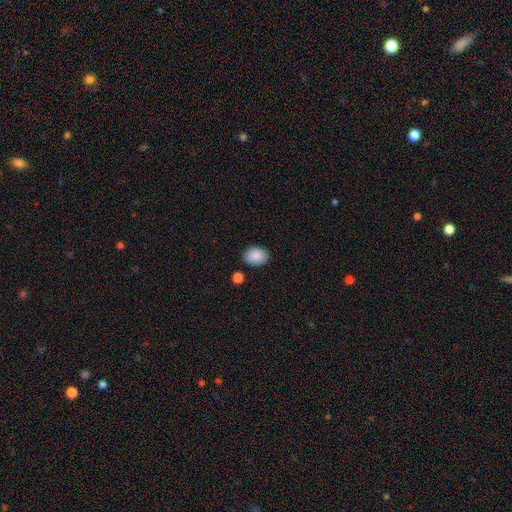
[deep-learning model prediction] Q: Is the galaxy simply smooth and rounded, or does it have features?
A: smooth — 89%.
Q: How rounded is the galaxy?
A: in between — 75%.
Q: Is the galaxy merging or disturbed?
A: none — 83%.